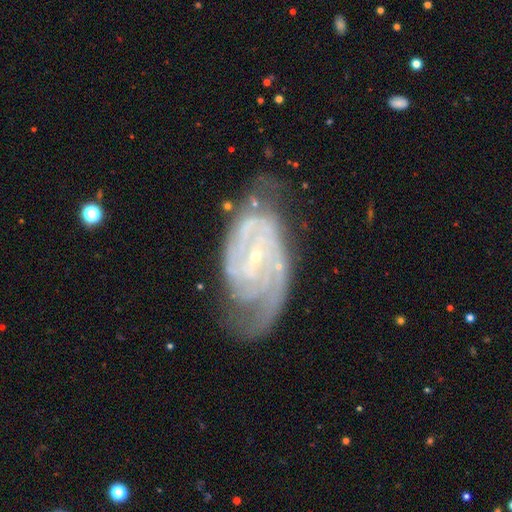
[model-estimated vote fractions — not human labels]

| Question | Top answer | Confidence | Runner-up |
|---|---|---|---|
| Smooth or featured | featured or disk | 89% | smooth (6%) |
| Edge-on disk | no | 96% | yes (4%) |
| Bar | weak | 41% | no (38%) |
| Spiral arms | yes | 96% | no (4%) |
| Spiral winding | tight | 59% | medium (33%) |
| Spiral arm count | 2 | 47% | can't tell (21%) |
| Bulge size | small | 84% | moderate (11%) |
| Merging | none | 59% | minor disturbance (24%) |